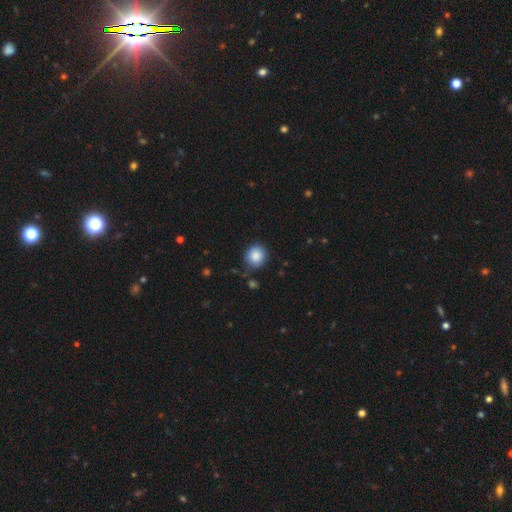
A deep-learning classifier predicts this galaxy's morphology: smooth 87%, star or artifact 9%, featured or disk 5%. Down the decision tree: how rounded — round (86%); merging — none (82%).